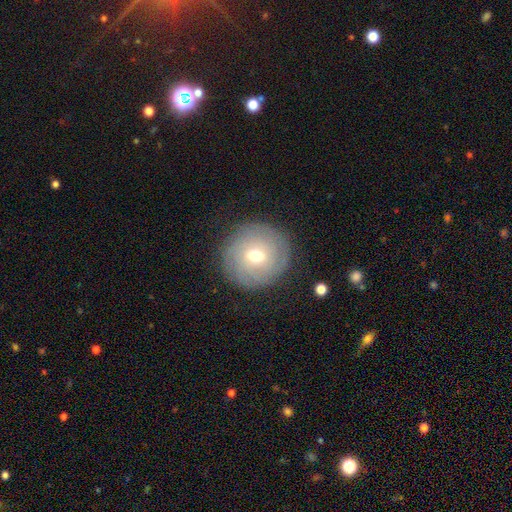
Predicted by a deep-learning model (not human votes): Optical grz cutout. It shows a featured or disk galaxy (52%) with no bar (57%), spiral arms (72%) and a moderate central bulge (66%). Merging: none (86%).